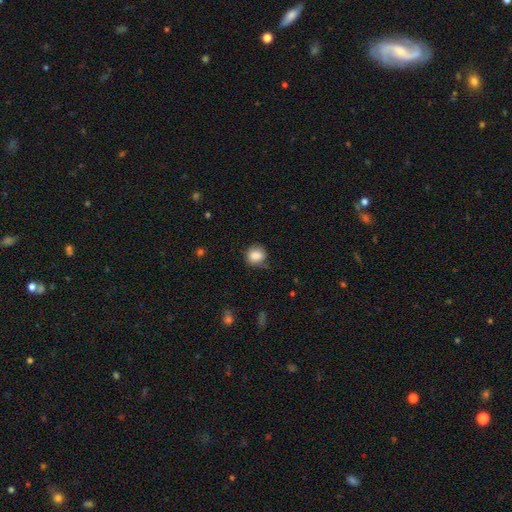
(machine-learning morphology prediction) Overall: smooth (85%). How rounded: round (73%). Merging: none (64%; minor disturbance 27%).